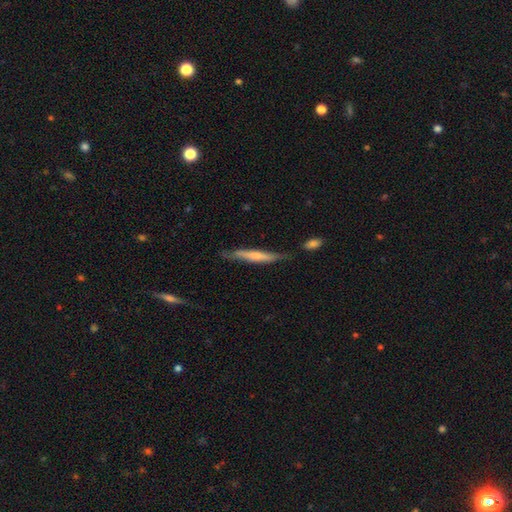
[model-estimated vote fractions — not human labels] smooth 49%, featured or disk 46%, star or artifact 5%. Down the decision tree: merging — none (71%).